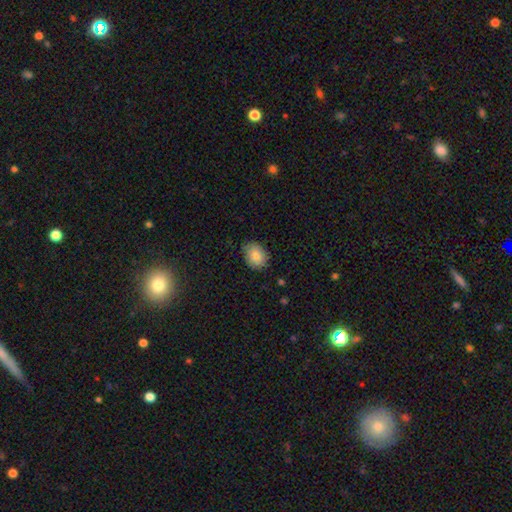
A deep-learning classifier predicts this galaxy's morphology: smooth-or-featured: smooth: 84% | featured or disk: 8% | star or artifact: 8%
  how-rounded: in between: 62% | round: 37% | cigar-shaped: 1%
  merging: none: 75% | minor disturbance: 21% | major disturbance: 3% | merger: 1%